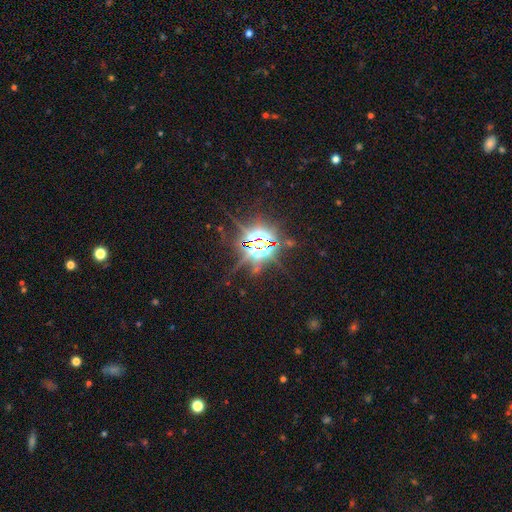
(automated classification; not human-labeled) The model was most divided on "smooth or featured": star or artifact: 86%, smooth: 8%, featured or disk: 6%.